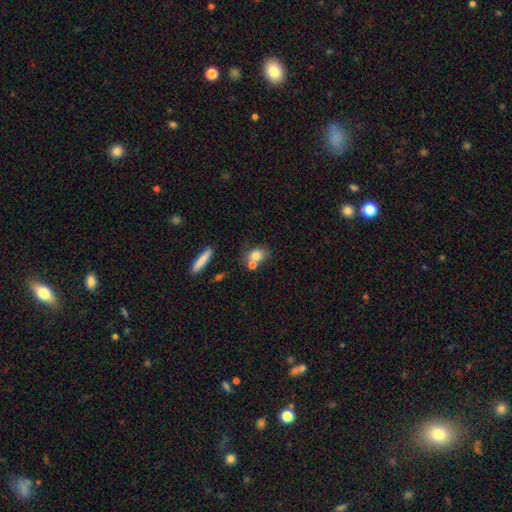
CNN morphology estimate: smooth 77%, featured or disk 13%, star or artifact 10%. Down the decision tree: how rounded — in between (51%); merging — none (49%).